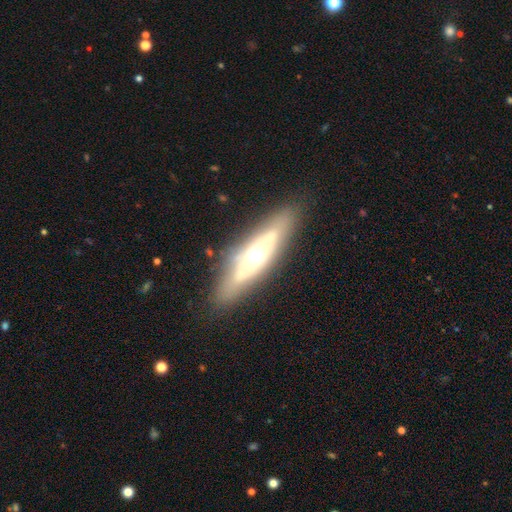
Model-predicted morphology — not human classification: Q: Smooth or featured?
A: featured or disk (70%); runner-up: smooth (24%)
Q: Edge-on disk?
A: yes (51%); runner-up: no (49%)
Q: Merging?
A: none (80%); runner-up: minor disturbance (14%)